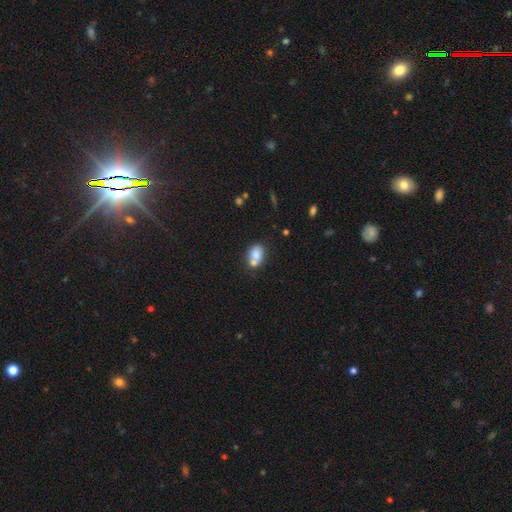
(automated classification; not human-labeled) smooth-or-featured: smooth: 77% | featured or disk: 14% | star or artifact: 9%
  how-rounded: in between: 75% | round: 23% | cigar-shaped: 2%
  merging: merger: 42% | none: 39% | minor disturbance: 14% | major disturbance: 5%